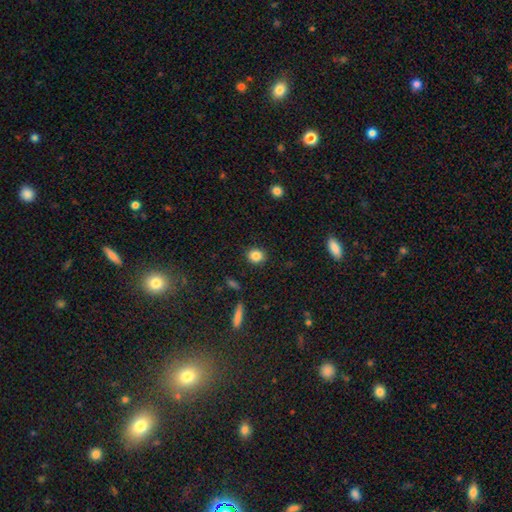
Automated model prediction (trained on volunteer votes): Smooth or featured? Predicted: smooth (p=0.85). How rounded? Predicted: round (p=0.76). Merging? Predicted: none (p=0.89).